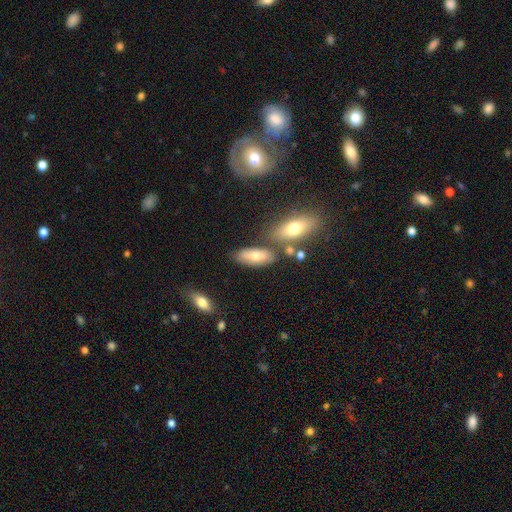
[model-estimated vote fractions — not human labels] This is likely a smooth galaxy (63%). How rounded: clearly in between (83%). Merging: likely none (68%).